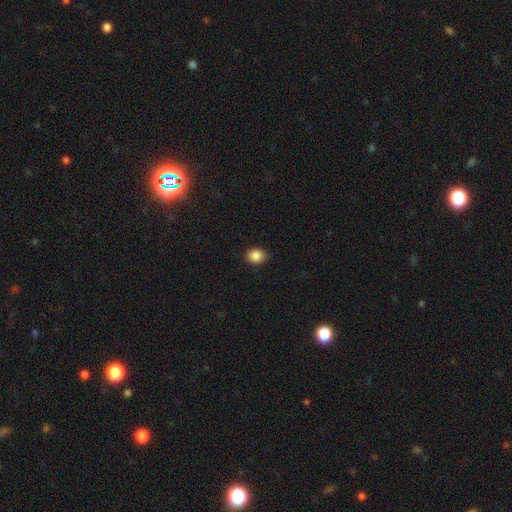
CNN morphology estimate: Smooth or featured? smooth (87%)
How rounded? round (56%)
Merging? none (82%)